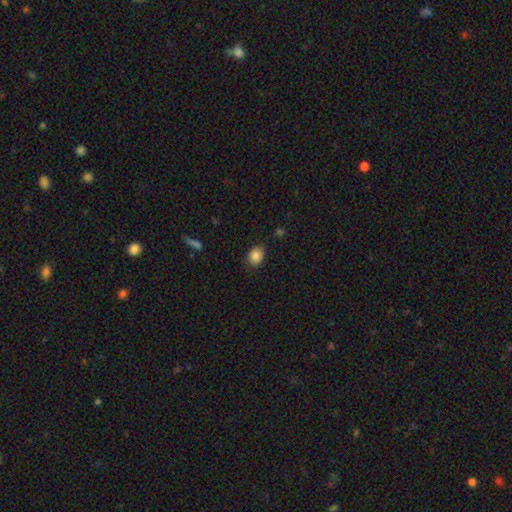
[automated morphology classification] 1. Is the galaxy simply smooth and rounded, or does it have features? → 85% smooth, 9% star or artifact, 6% featured or disk.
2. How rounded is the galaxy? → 50% in between, 49% round, 1% cigar-shaped.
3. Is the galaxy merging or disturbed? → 84% none, 12% minor disturbance, 3% major disturbance, 1% merger.